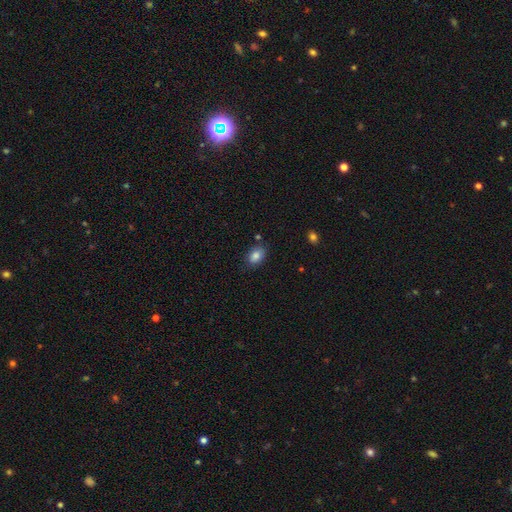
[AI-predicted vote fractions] Overall: smooth (84%). How rounded: in between (84%). Merging: none (78%).